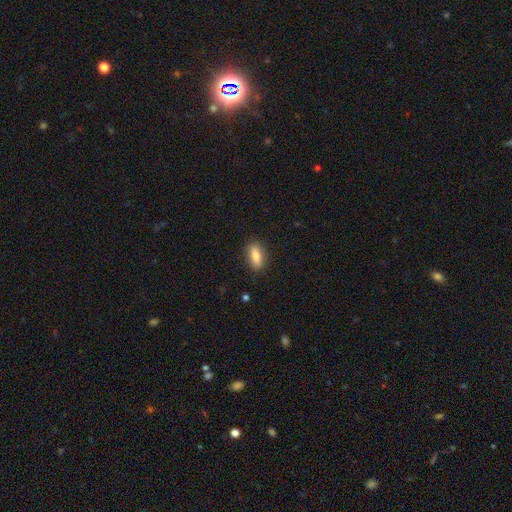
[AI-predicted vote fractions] Smooth or featured: smooth — 81% (featured or disk — 12%)
How rounded: in between — 76% (cigar-shaped — 20%)
Merging: none — 86% (minor disturbance — 10%)